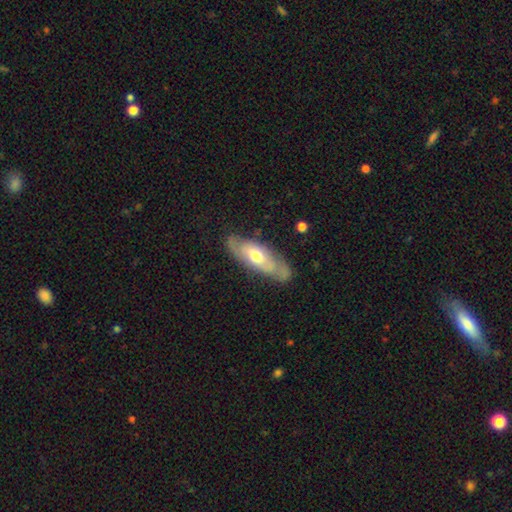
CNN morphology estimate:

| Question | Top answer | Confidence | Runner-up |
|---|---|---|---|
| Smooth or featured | featured or disk | 54% | smooth (41%) |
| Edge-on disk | no | 72% | yes (28%) |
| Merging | none | 72% | minor disturbance (19%) |